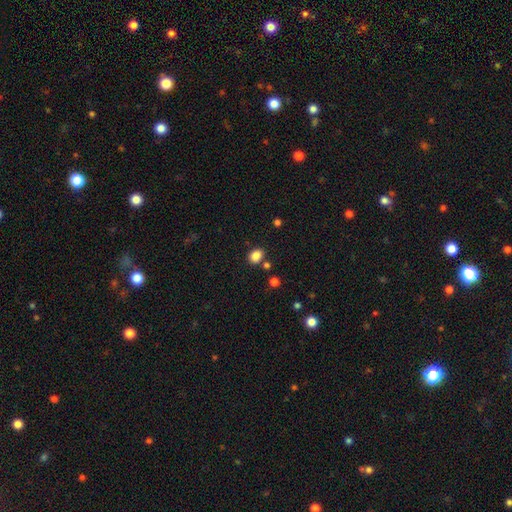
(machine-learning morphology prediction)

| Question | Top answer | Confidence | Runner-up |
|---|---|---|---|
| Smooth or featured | smooth | 84% | star or artifact (11%) |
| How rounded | in between | 53% | round (46%) |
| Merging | none | 78% | minor disturbance (11%) |